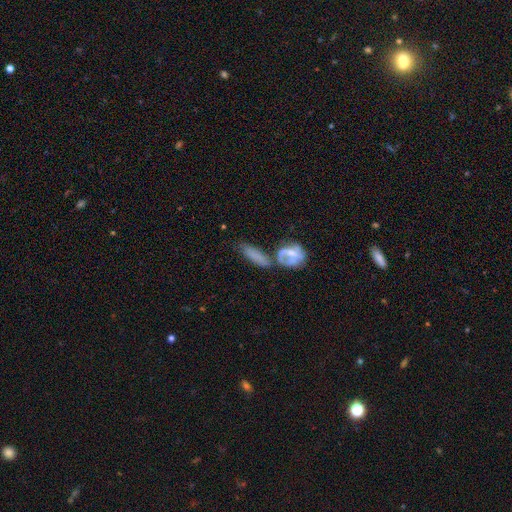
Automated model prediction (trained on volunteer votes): A smooth galaxy with no disk features (62%) that is in between round and cigar-shaped (55%). Merging: none (40%).